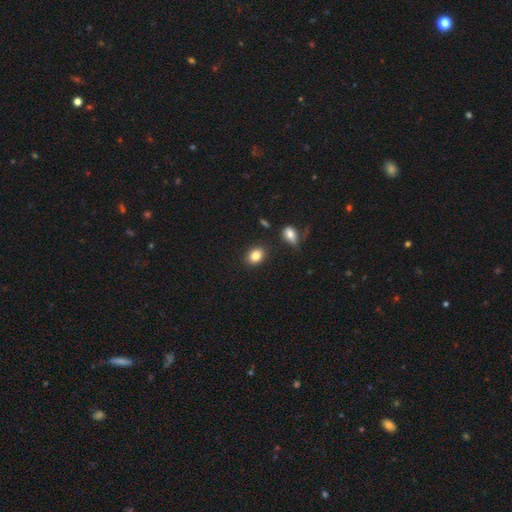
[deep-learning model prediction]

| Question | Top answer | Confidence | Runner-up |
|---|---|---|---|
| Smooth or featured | smooth | 84% | star or artifact (9%) |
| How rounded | in between | 64% | round (35%) |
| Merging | none | 83% | minor disturbance (10%) |